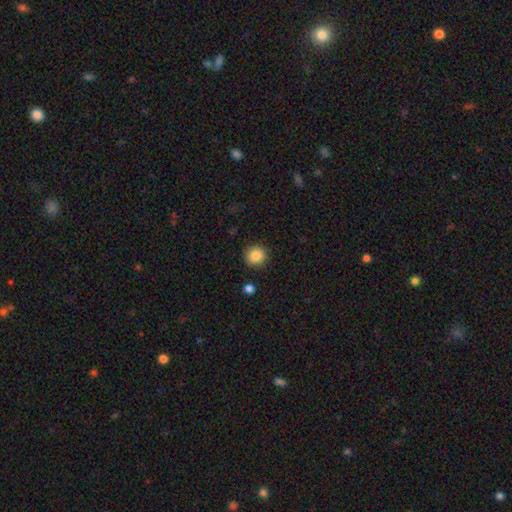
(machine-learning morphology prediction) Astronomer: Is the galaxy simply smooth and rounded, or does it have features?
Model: smooth — 87%.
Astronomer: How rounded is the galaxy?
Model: round — 89%.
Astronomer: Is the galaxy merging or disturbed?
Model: none — 90%.